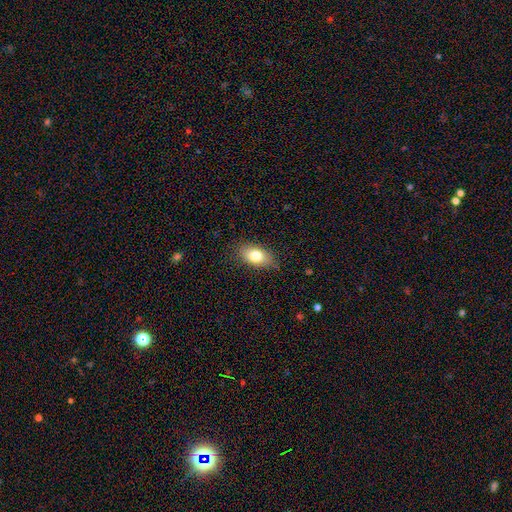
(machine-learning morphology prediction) The model was most divided on "merging": none: 80%, minor disturbance: 16%, major disturbance: 3%, merger: 1%. More confident: how rounded — in between (90%); smooth or featured — smooth (80%).